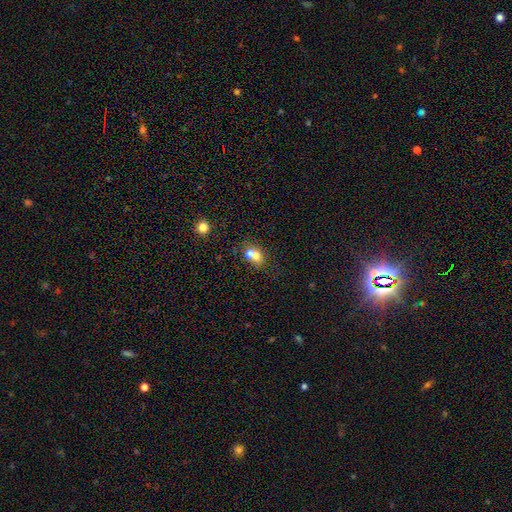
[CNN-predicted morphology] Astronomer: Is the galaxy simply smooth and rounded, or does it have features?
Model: smooth — 66%.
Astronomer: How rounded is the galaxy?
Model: round — 63%.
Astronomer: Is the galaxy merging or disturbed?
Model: merger — 58%.